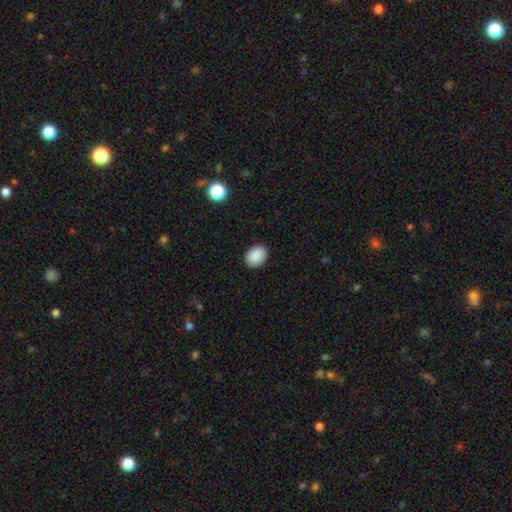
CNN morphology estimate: smooth_or_featured: smooth (p=0.89) [alt: star or artifact p=0.07]
how_rounded: in between (p=0.60) [alt: round p=0.39]
merging: none (p=0.89) [alt: minor disturbance p=0.08]